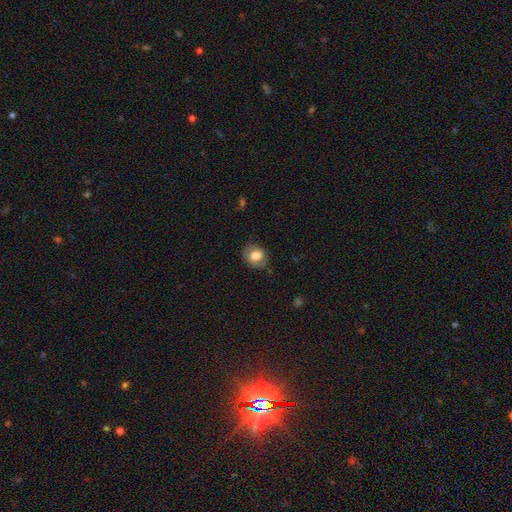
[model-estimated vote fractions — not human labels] Overall: smooth (70%). How rounded: round (55%; in between 44%). Merging: none (80%).